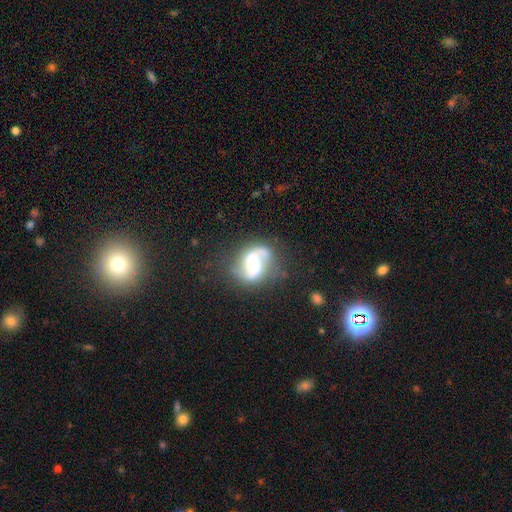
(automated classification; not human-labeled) featured or disk 81%, smooth 12%, star or artifact 7%. Down the decision tree: edge-on disk — no (98%); bar — weak (40%); spiral arms — yes (95%); spiral arm count — 2 (90%); spiral winding — loose (56%); bulge size — moderate (28%); merging — none (66%).